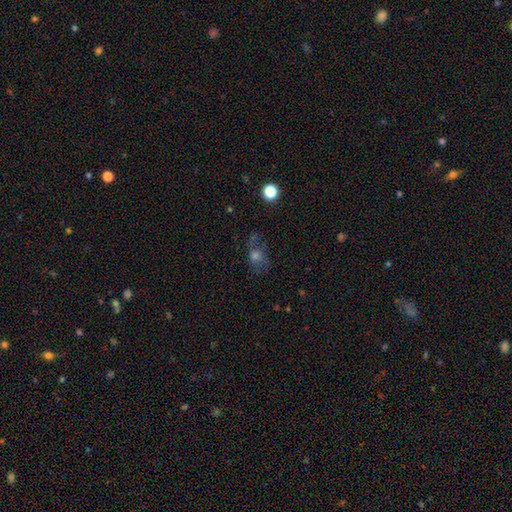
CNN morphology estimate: smooth_or_featured: featured or disk (p=0.40) [alt: smooth p=0.37]
merging: none (p=0.51) [alt: major disturbance p=0.24]